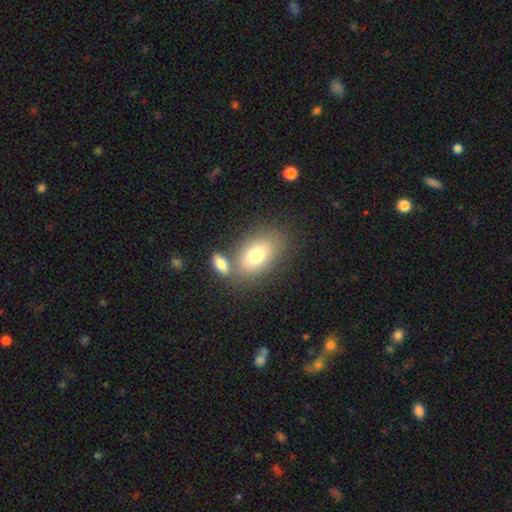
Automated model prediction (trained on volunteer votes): smooth_or_featured: smooth (p=0.75) [alt: featured or disk p=0.17]
how_rounded: in between (p=0.89) [alt: round p=0.09]
merging: none (p=0.58) [alt: merger p=0.26]